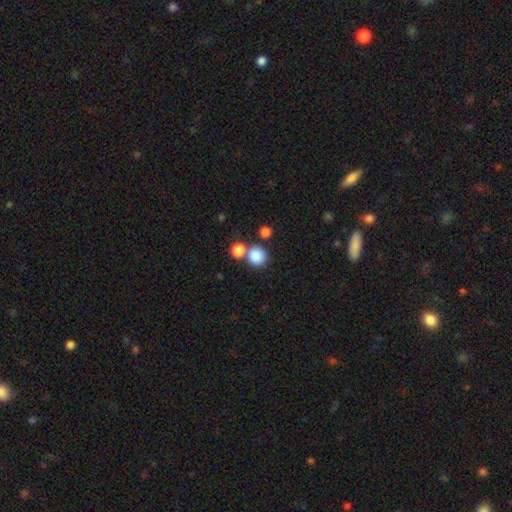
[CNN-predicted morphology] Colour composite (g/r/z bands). It shows a smooth galaxy with no disk features (84%) that is round (90%). Merging: none (62%).